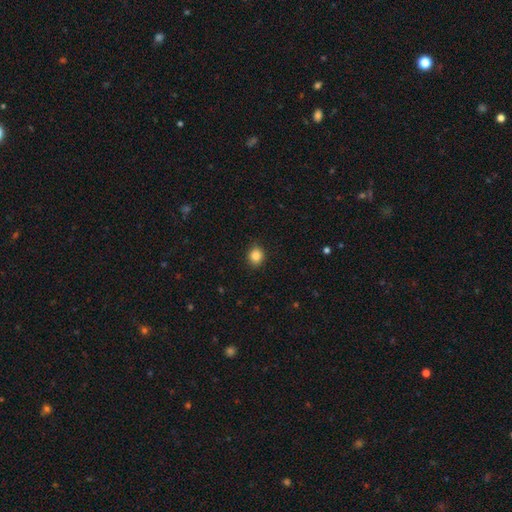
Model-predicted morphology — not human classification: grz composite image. It shows a smooth galaxy with no disk features (87%) that is round (71%). Merging: none (89%).